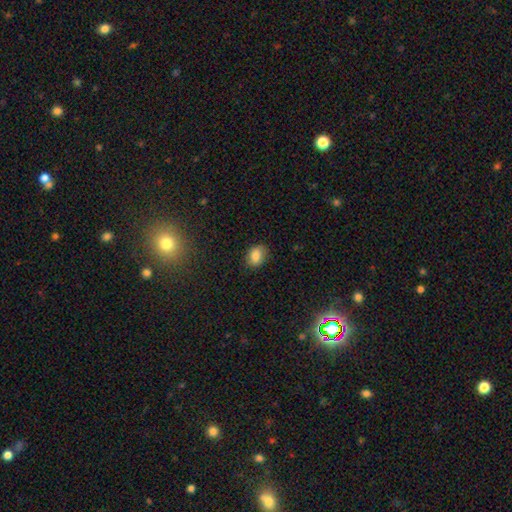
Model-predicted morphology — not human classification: Smooth or featured? smooth (83%)
How rounded? in between (67%)
Merging? none (85%)